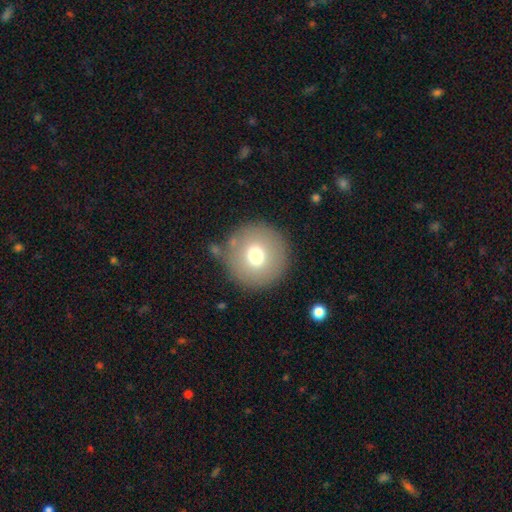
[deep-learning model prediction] smooth 72%, featured or disk 17%, star or artifact 11%. Down the decision tree: how rounded — round (96%); merging — none (83%).